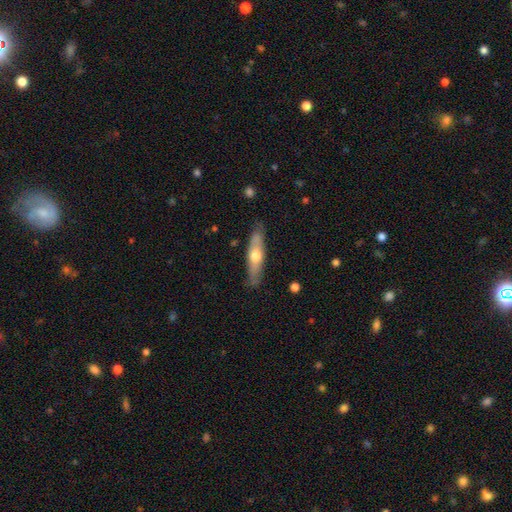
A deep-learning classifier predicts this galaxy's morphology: type=smooth (50%); roundness=cigar-shaped (71%); merging=none (81%).